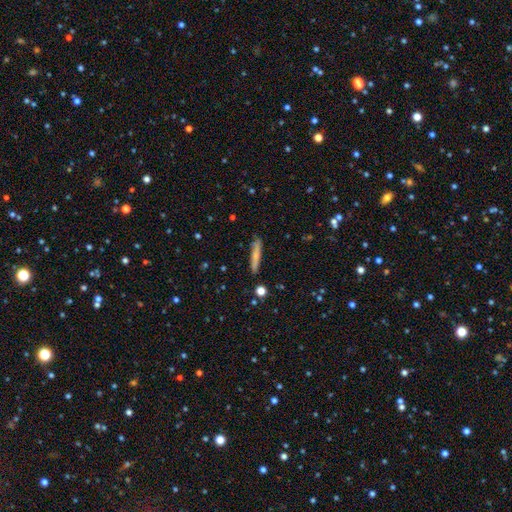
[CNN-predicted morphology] Overall: smooth (64%; featured or disk 29%). How rounded: cigar-shaped (93%). Merging: none (84%).